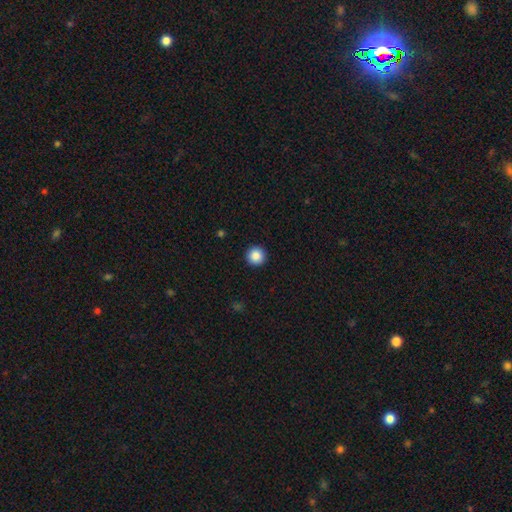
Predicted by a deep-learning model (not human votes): smooth_or_featured: smooth (p=0.87) [alt: star or artifact p=0.09]
how_rounded: round (p=0.96) [alt: in between p=0.03]
merging: none (p=0.93) [alt: minor disturbance p=0.04]